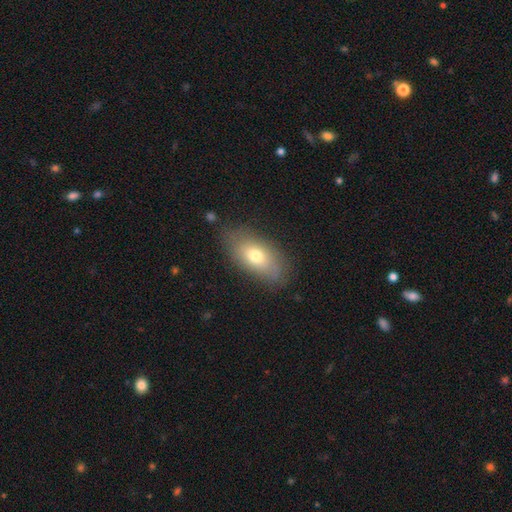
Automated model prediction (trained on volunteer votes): The model was most divided on "smooth or featured": smooth: 69%, featured or disk: 22%, star or artifact: 9%. More confident: how rounded — in between (88%); merging — none (77%).